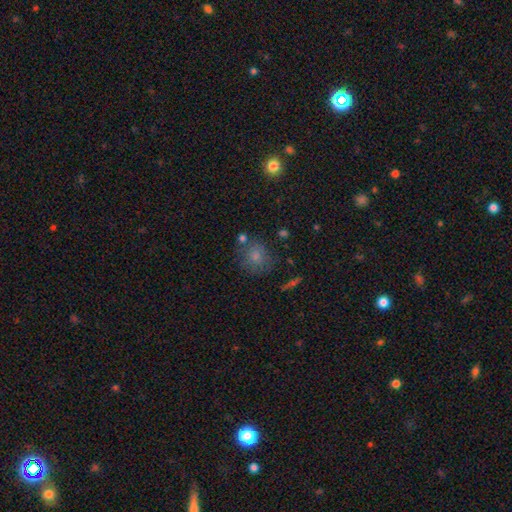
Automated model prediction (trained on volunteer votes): smooth 75%, featured or disk 13%, star or artifact 12%. Down the decision tree: how rounded — round (81%); merging — none (66%).